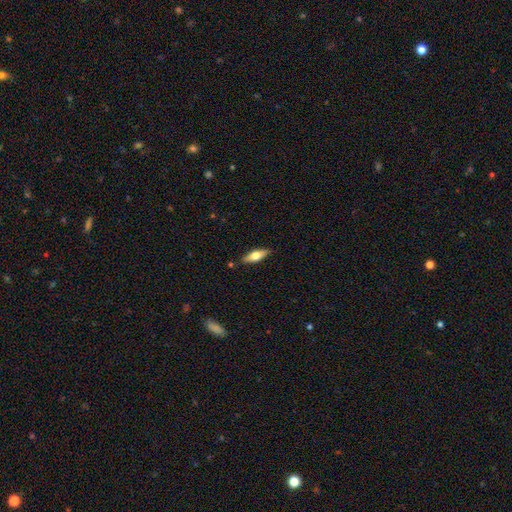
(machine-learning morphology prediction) type=smooth (52%); roundness=in between (54%); merging=none (85%).